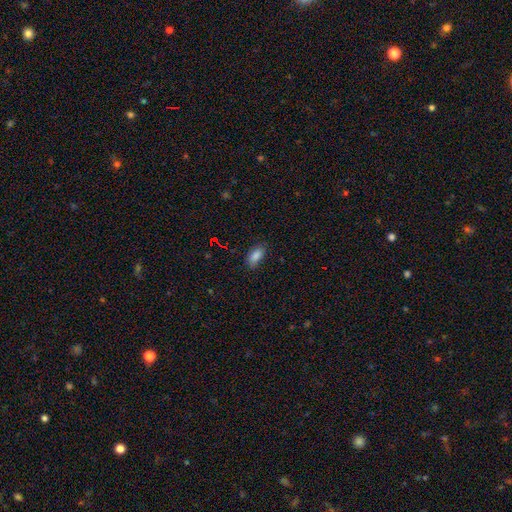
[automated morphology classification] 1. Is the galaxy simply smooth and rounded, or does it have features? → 84% smooth, 10% star or artifact, 6% featured or disk.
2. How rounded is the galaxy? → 89% in between, 7% cigar-shaped, 3% round.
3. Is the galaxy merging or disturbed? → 77% none, 18% minor disturbance, 4% major disturbance, 1% merger.